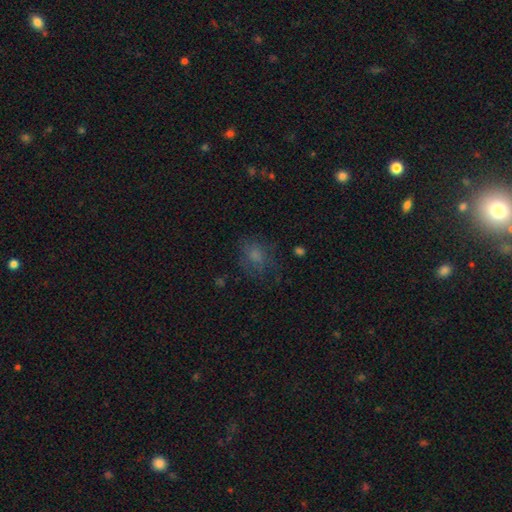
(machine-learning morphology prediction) smooth-or-featured: smooth: 67% | featured or disk: 17% | star or artifact: 16%
  how-rounded: round: 57% | in between: 42% | cigar-shaped: 1%
  merging: none: 62% | minor disturbance: 20% | major disturbance: 16% | merger: 2%